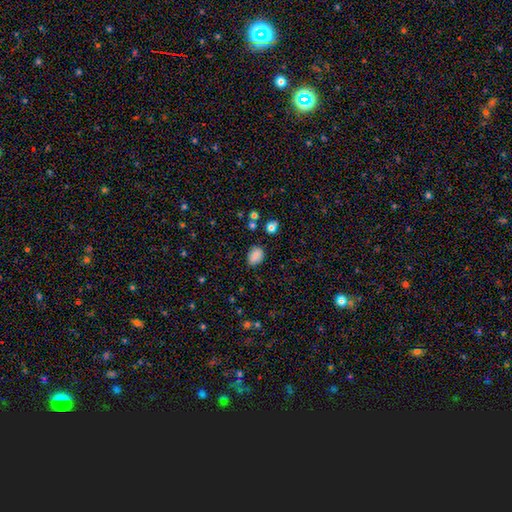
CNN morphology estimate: This appears to be a smooth galaxy with no disk features (85%) that is in between round and cigar-shaped (75%). Merging: none (79%).